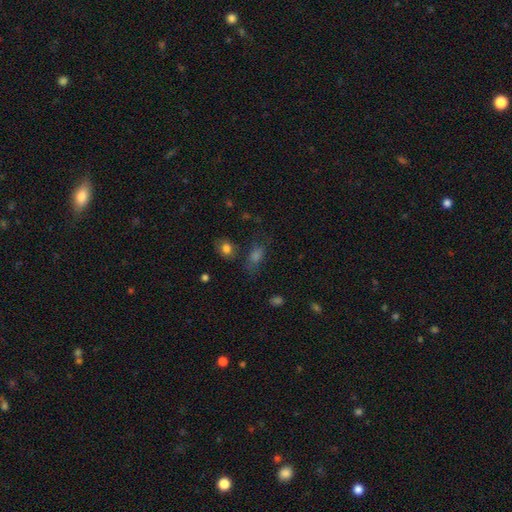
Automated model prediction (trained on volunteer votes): smooth_or_featured: smooth (p=0.60) [alt: star or artifact p=0.26]
how_rounded: in between (p=0.71) [alt: round p=0.20]
merging: none (p=0.58) [alt: minor disturbance p=0.19]